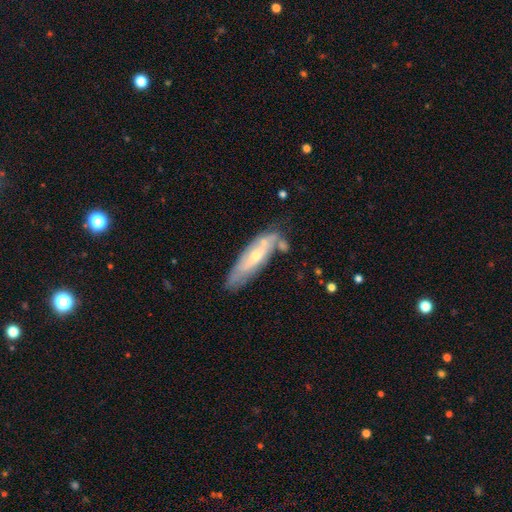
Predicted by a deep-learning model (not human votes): A featured or disk galaxy (58%).

Vote fractions:
- Smooth or featured? featured or disk: 58% / smooth: 36% / star or artifact: 6%
- Edge-on disk? no: 65% / yes: 35%
- Merging? none: 52% / minor disturbance: 25% / merger: 14% / major disturbance: 9%